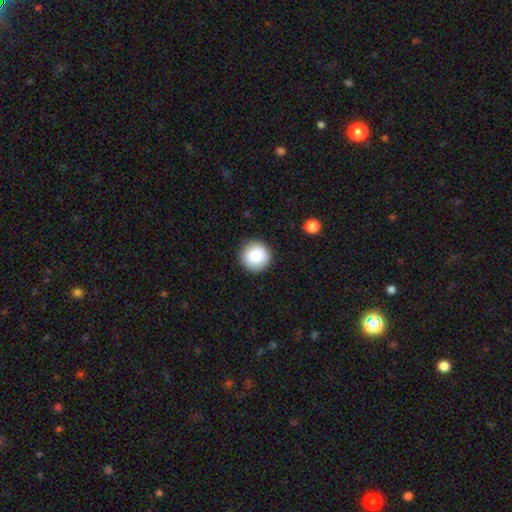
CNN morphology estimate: Smooth or featured: smooth — 88% (star or artifact — 8%)
How rounded: round — 95% (in between — 4%)
Merging: none — 90% (minor disturbance — 6%)